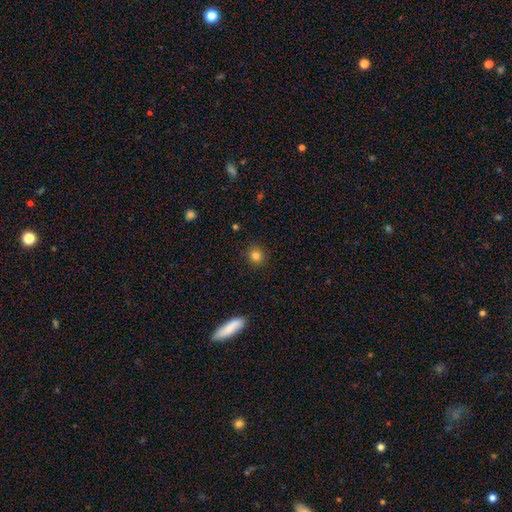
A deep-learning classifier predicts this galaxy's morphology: A smooth galaxy with no disk features (82%) that is round (86%). Merging: none (90%).